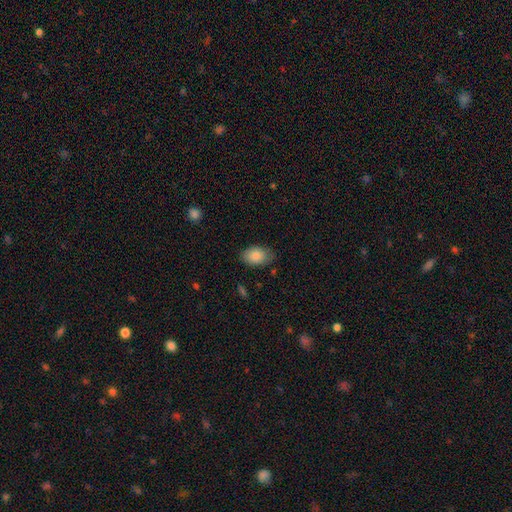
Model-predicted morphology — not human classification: A smooth galaxy with no disk features (84%) that is in between round and cigar-shaped (86%). Merging: none (74%).